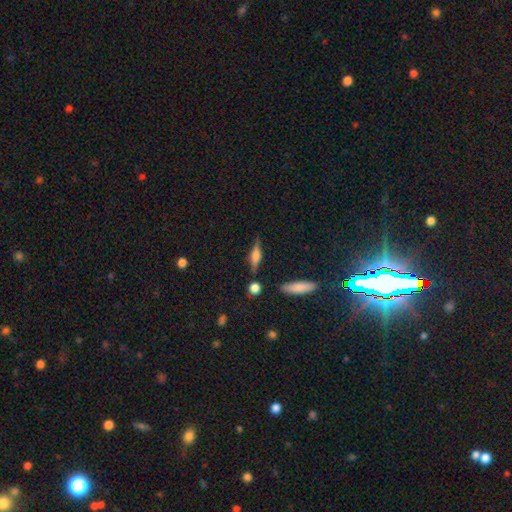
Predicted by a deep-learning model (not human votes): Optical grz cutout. It shows a featured or disk galaxy (52%) viewed edge-on (95%). Merging: none (79%).